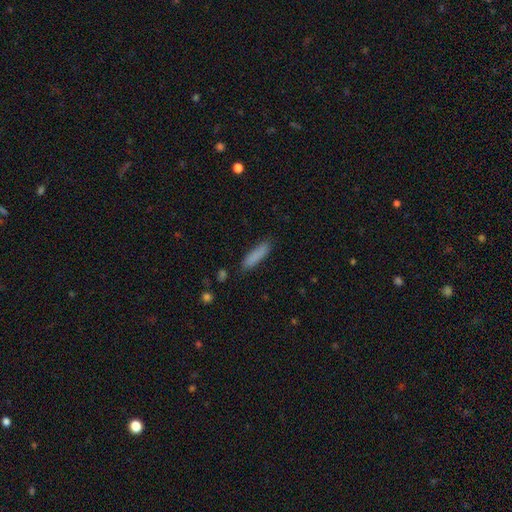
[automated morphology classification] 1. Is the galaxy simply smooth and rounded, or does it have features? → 86% smooth, 7% featured or disk, 7% star or artifact.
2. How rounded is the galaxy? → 74% cigar-shaped, 24% in between, 1% round.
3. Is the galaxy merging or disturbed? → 84% none, 12% minor disturbance, 2% major disturbance, 2% merger.